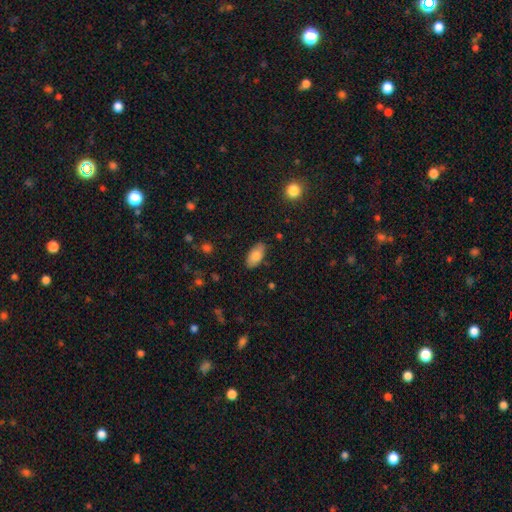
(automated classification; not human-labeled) A smooth galaxy with no disk features (79%) that is in between round and cigar-shaped (93%).

Vote fractions:
- Smooth or featured? smooth: 79% / featured or disk: 14% / star or artifact: 7%
- How rounded? in between: 93% / cigar-shaped: 4% / round: 3%
- Merging? none: 84% / minor disturbance: 13% / major disturbance: 2% / merger: 1%